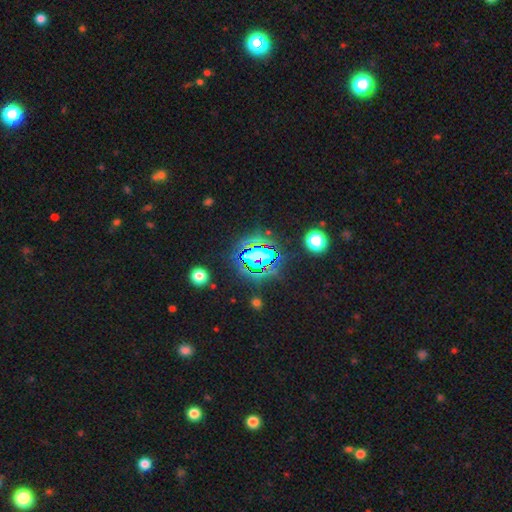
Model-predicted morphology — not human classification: A star or artifact, not a galaxy (71%).